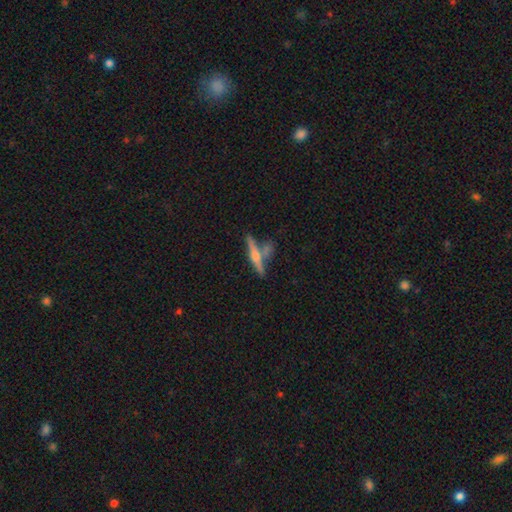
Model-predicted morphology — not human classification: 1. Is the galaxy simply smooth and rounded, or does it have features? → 61% featured or disk, 31% smooth, 8% star or artifact.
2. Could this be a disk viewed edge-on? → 95% yes, 5% no.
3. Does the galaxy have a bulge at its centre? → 83% rounded, 9% none, 8% boxy.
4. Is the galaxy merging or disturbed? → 64% none, 20% merger, 12% minor disturbance, 4% major disturbance.